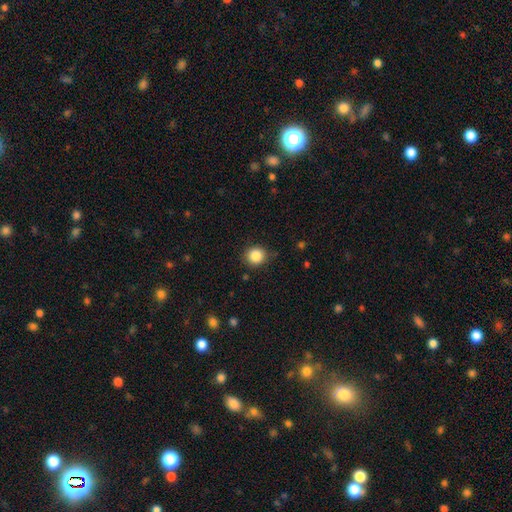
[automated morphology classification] Smooth or featured? Predicted: smooth (p=0.86). How rounded? Predicted: round (p=0.89). Merging? Predicted: none (p=0.85).